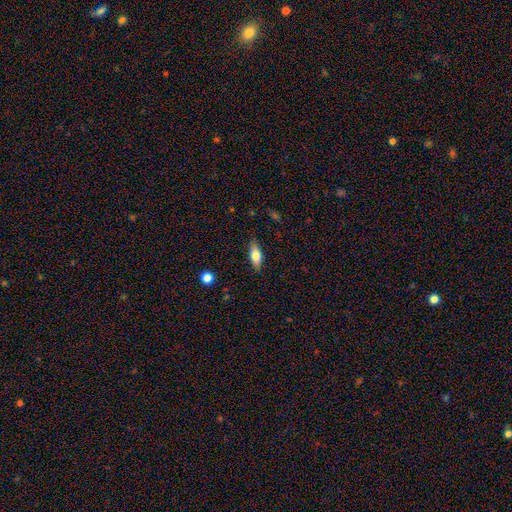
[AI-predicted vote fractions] Smooth or featured: smooth — 69% (featured or disk — 24%)
How rounded: in between — 73% (cigar-shaped — 23%)
Merging: none — 86% (minor disturbance — 11%)